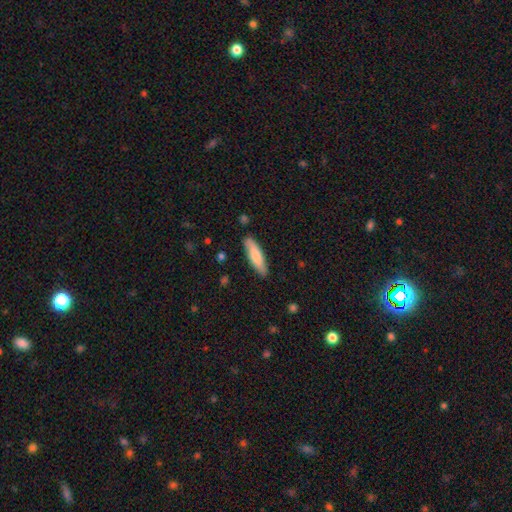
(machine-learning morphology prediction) smooth_or_featured: smooth (p=0.76) [alt: featured or disk p=0.19]
how_rounded: cigar-shaped (p=0.68) [alt: in between p=0.31]
merging: none (p=0.87) [alt: minor disturbance p=0.10]